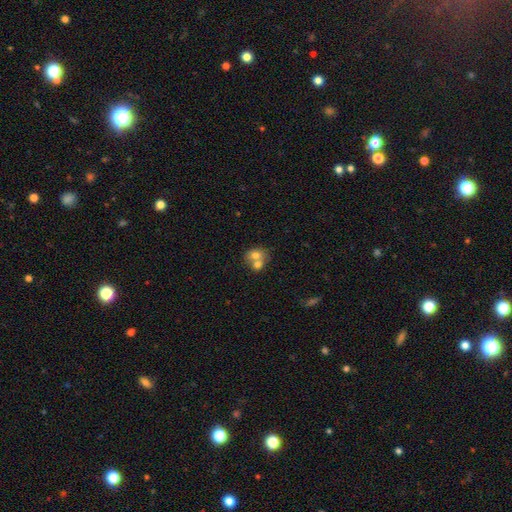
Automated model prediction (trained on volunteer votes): smooth_or_featured: smooth (p=0.68) [alt: featured or disk p=0.23]
how_rounded: round (p=0.60) [alt: in between p=0.39]
merging: merger (p=0.61) [alt: none p=0.28]